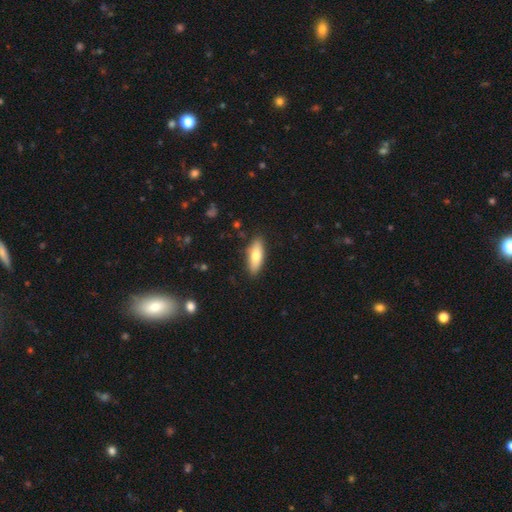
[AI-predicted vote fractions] A smooth galaxy with no disk features (74%) that is in between round and cigar-shaped (68%).

Vote fractions:
- Smooth or featured? smooth: 74% / featured or disk: 21% / star or artifact: 6%
- How rounded? in between: 68% / cigar-shaped: 30% / round: 2%
- Merging? none: 86% / minor disturbance: 11% / major disturbance: 2% / merger: 1%